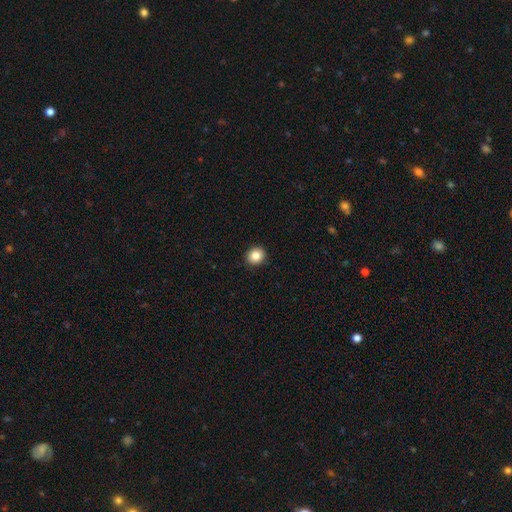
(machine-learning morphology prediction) A smooth galaxy with no disk features (85%) that is round (84%).

Vote fractions:
- Smooth or featured? smooth: 85% / star or artifact: 10% / featured or disk: 5%
- How rounded? round: 84% / in between: 15% / cigar-shaped: 1%
- Merging? none: 92% / minor disturbance: 6% / major disturbance: 2% / merger: 1%